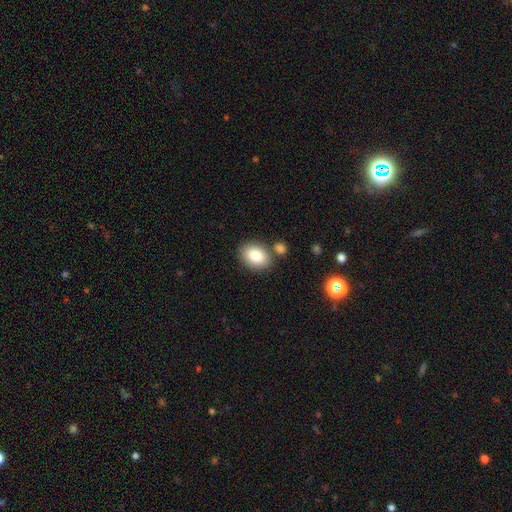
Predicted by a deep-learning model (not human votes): smooth-or-featured: smooth: 86% | star or artifact: 7% | featured or disk: 7%
  how-rounded: in between: 82% | round: 17% | cigar-shaped: 1%
  merging: none: 74% | minor disturbance: 12% | merger: 10% | major disturbance: 3%